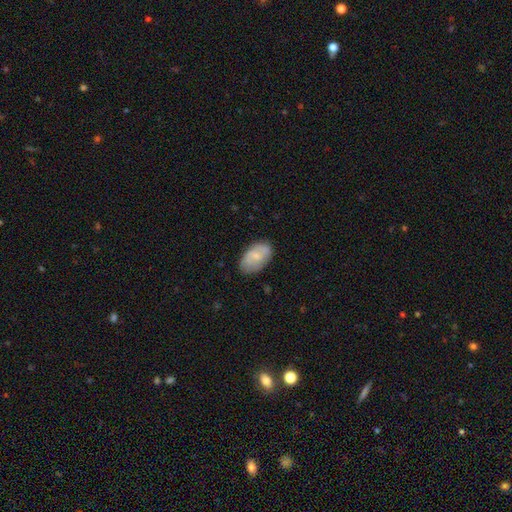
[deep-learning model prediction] Smooth or featured? Predicted: smooth (p=0.63). How rounded? Predicted: in between (p=0.92). Merging? Predicted: none (p=0.75).